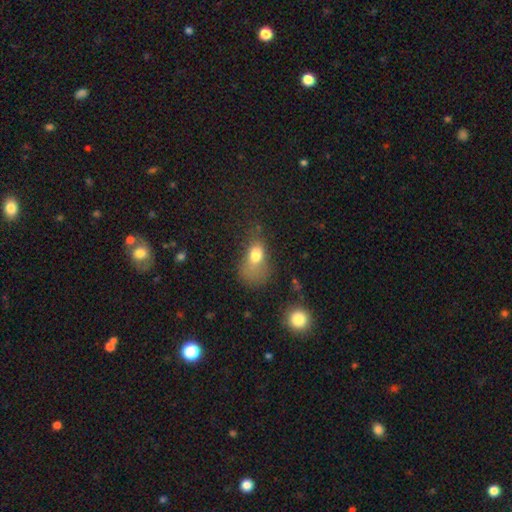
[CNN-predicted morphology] Smooth or featured? smooth (73%)
How rounded? in between (77%)
Merging? major disturbance (40%)